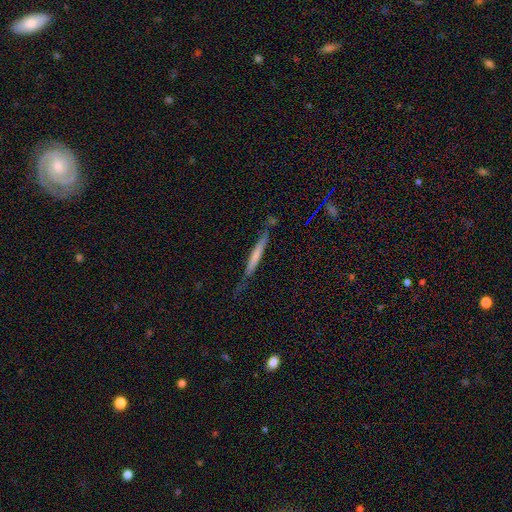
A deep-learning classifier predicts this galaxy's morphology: Q: Smooth or featured?
A: smooth (54%); runner-up: featured or disk (40%)
Q: How rounded?
A: cigar-shaped (95%); runner-up: in between (3%)
Q: Merging?
A: none (65%); runner-up: minor disturbance (24%)